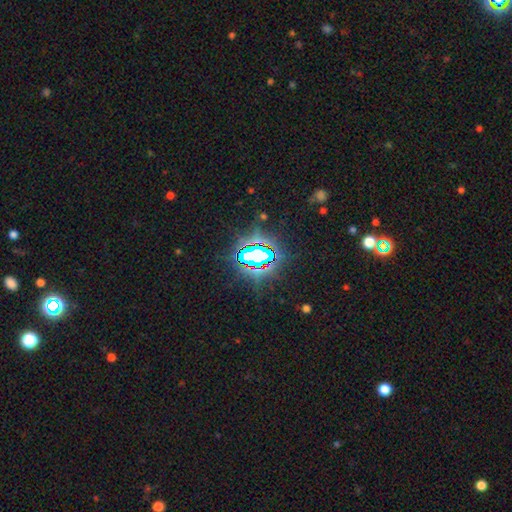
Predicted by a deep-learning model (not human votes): A star or artifact, not a galaxy (77%).

Vote fractions:
- Smooth or featured? star or artifact: 77% / smooth: 13% / featured or disk: 10%